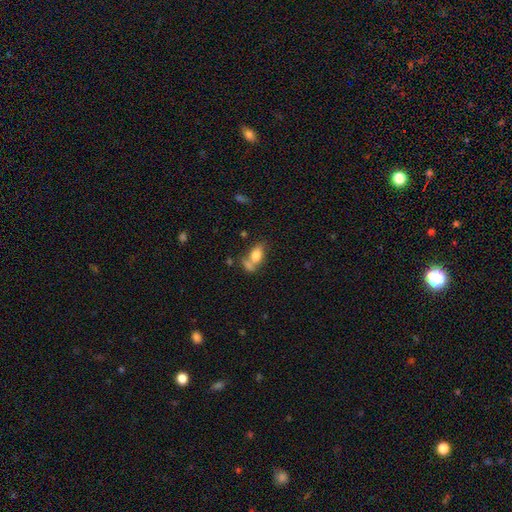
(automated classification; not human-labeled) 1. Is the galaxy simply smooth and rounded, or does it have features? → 78% smooth, 13% featured or disk, 9% star or artifact.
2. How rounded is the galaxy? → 85% in between, 10% round, 5% cigar-shaped.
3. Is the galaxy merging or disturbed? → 43% merger, 37% none, 13% minor disturbance, 7% major disturbance.